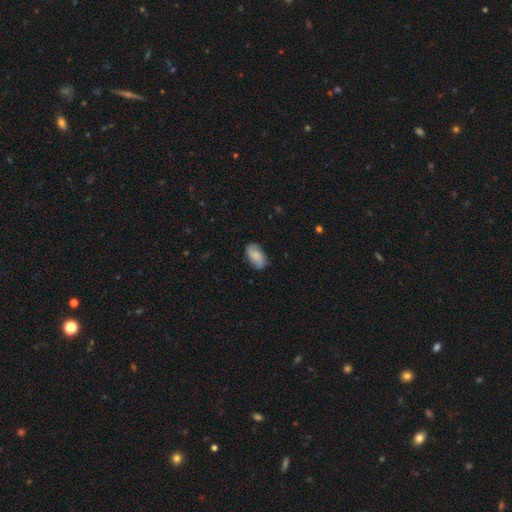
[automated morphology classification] Q: Smooth or featured?
A: smooth (72%); runner-up: featured or disk (21%)
Q: How rounded?
A: in between (93%); runner-up: round (5%)
Q: Merging?
A: none (78%); runner-up: minor disturbance (17%)